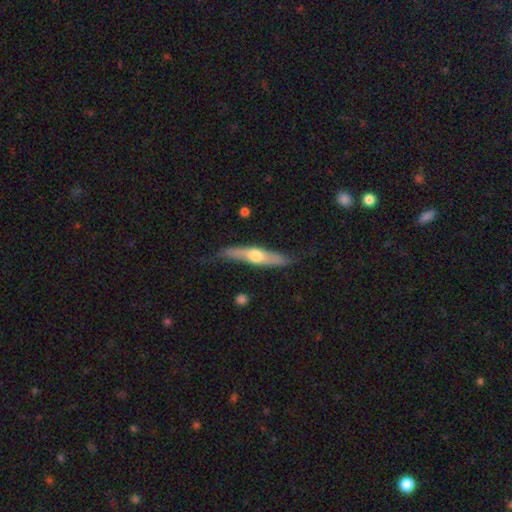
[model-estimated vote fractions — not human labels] Smooth or featured?
  - featured or disk: 55% *
  - smooth: 41%
  - star or artifact: 5%
Edge-on disk?
  - yes: 86% *
  - no: 14%
Merging?
  - none: 74% *
  - minor disturbance: 19%
  - major disturbance: 5%
  - merger: 2%